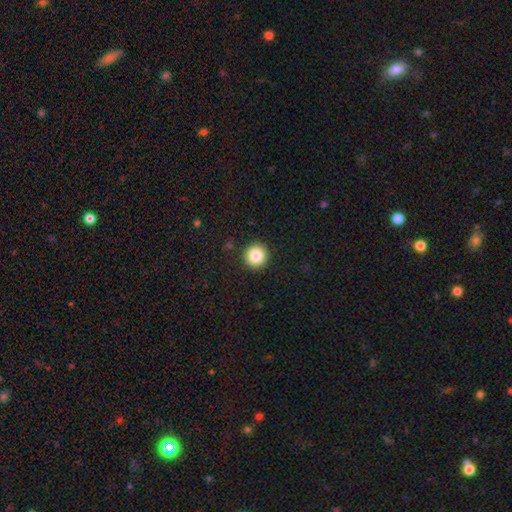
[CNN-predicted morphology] Smooth or featured? Predicted: smooth (p=0.85). How rounded? Predicted: round (p=0.95). Merging? Predicted: none (p=0.92).